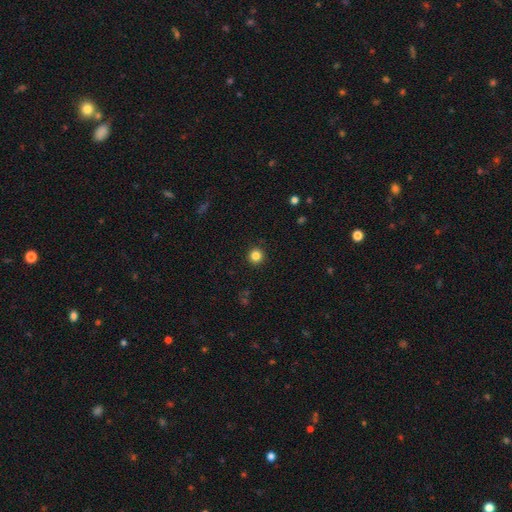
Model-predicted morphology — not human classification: smooth 84%, star or artifact 12%, featured or disk 4%. Down the decision tree: how rounded — round (95%); merging — none (93%).